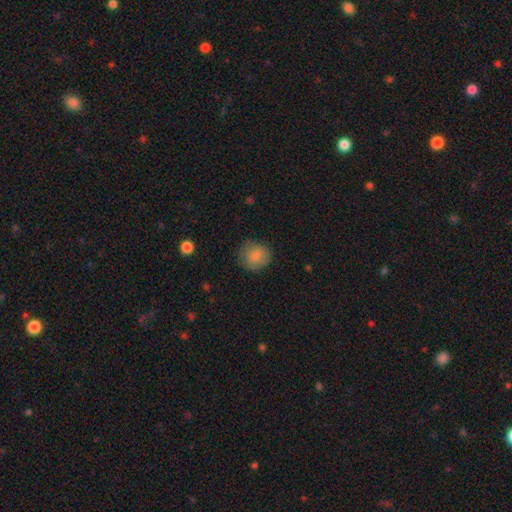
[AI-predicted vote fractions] smooth-or-featured: smooth: 84% | featured or disk: 8% | star or artifact: 8%
  how-rounded: round: 87% | in between: 12% | cigar-shaped: 1%
  merging: none: 80% | minor disturbance: 15% | major disturbance: 4% | merger: 1%